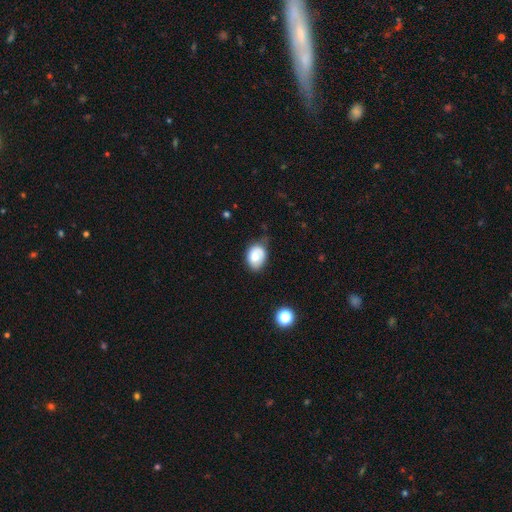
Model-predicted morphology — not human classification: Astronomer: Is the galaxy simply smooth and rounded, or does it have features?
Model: smooth — 77%.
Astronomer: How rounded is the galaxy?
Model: in between — 72%.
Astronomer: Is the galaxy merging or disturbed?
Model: none — 59%.